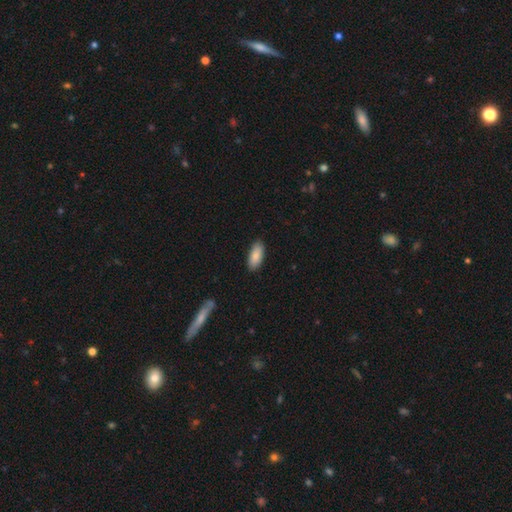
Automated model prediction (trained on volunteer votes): smooth_or_featured: smooth (p=0.87) [alt: featured or disk p=0.08]
how_rounded: in between (p=0.83) [alt: cigar-shaped p=0.15]
merging: none (p=0.88) [alt: minor disturbance p=0.09]